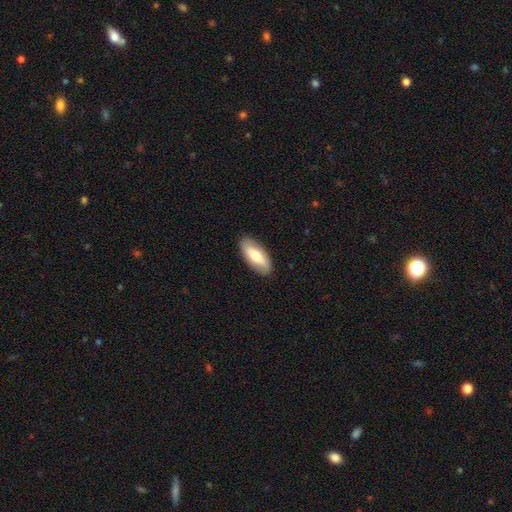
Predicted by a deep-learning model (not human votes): Q: Smooth or featured?
A: smooth (66%); runner-up: featured or disk (29%)
Q: How rounded?
A: in between (84%); runner-up: cigar-shaped (13%)
Q: Merging?
A: none (88%); runner-up: minor disturbance (9%)